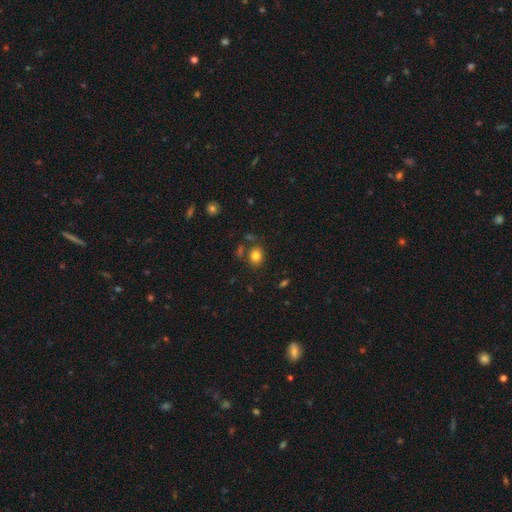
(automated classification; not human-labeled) A smooth galaxy with no disk features (80%) that is round (62%). Merging: none (75%).